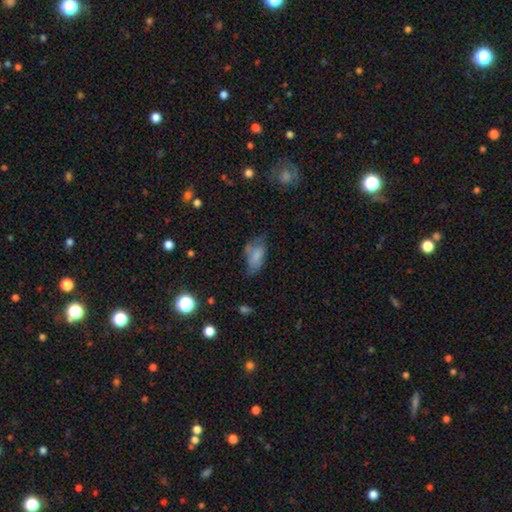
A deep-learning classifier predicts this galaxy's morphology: Smooth or featured?
  - smooth: 70% *
  - featured or disk: 19%
  - star or artifact: 11%
How rounded?
  - in between: 90% *
  - cigar-shaped: 6%
  - round: 4%
Merging?
  - none: 38% *
  - minor disturbance: 34%
  - major disturbance: 23%
  - merger: 5%